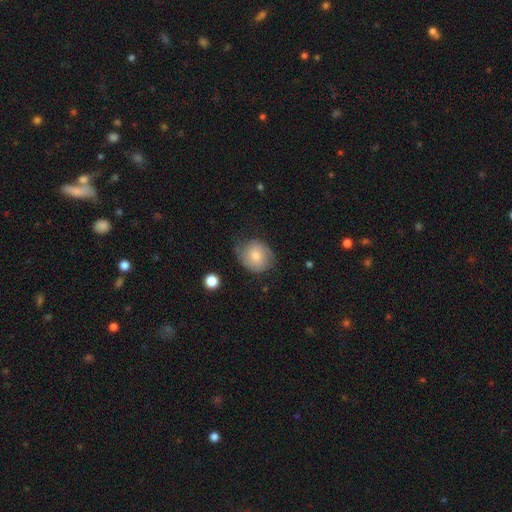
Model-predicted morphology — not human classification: type=smooth (50%); merging=none (63%).